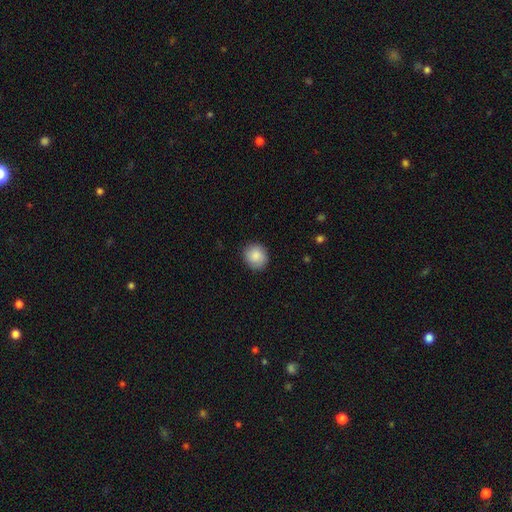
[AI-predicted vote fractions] Smooth or featured: smooth — 88% (star or artifact — 7%)
How rounded: round — 85% (in between — 14%)
Merging: none — 89% (minor disturbance — 8%)